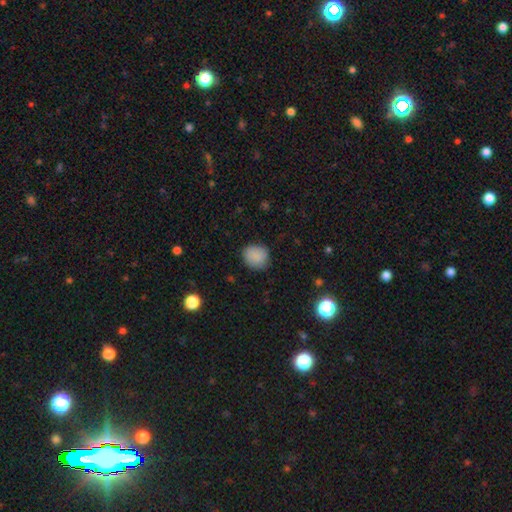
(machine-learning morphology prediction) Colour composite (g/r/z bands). It shows a smooth galaxy with no disk features (87%) that is round (80%). Merging: none (82%).